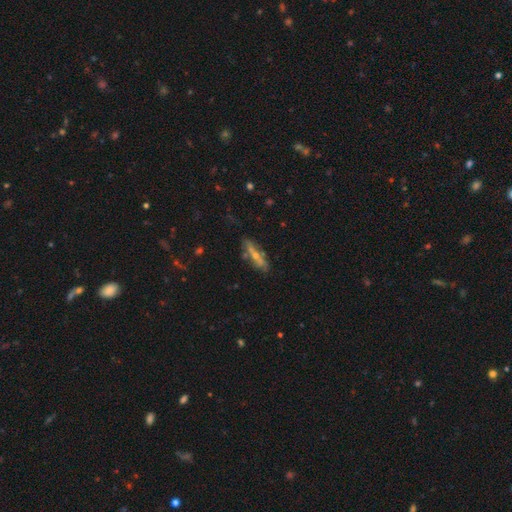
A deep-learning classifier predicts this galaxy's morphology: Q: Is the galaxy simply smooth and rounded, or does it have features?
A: featured or disk — 53%.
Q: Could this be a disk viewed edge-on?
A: yes — 69%.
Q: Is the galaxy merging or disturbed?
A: none — 66%.